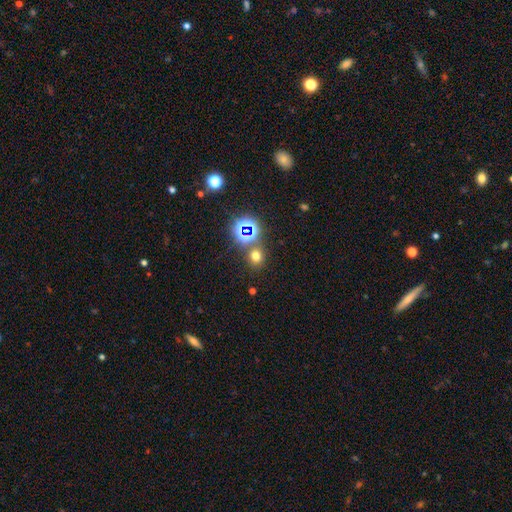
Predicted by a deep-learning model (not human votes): This appears to be a smooth galaxy with no disk features (62%) that is round (76%). Merging: none (76%).